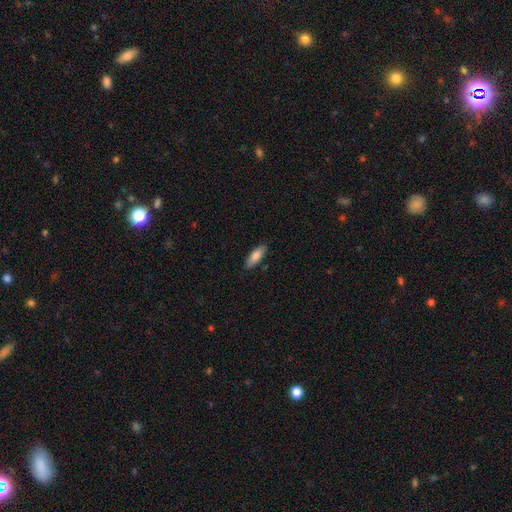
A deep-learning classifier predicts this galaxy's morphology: Overall: smooth (81%). How rounded: in between (64%; cigar-shaped 35%). Merging: none (86%).